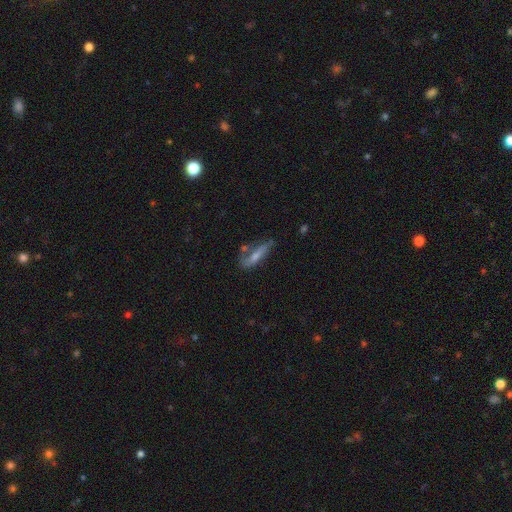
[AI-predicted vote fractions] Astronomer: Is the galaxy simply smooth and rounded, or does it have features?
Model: smooth — 45%, tied with featured or disk at 45%.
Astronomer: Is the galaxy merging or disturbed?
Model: none — 49% (runner-up: minor disturbance, 25%).